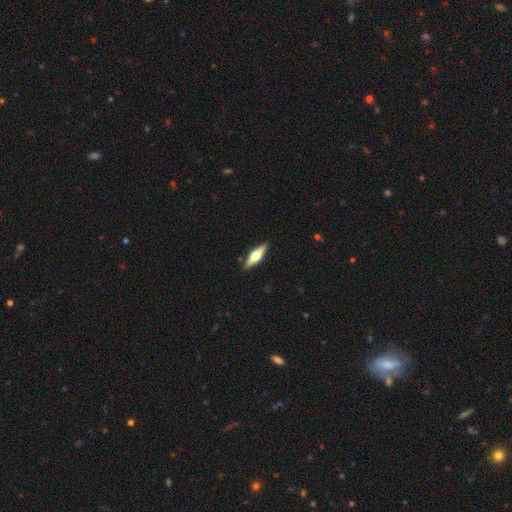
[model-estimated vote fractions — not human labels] Morphology: type=featured or disk (51%); edge-on=yes (94%); merging=none (89%).